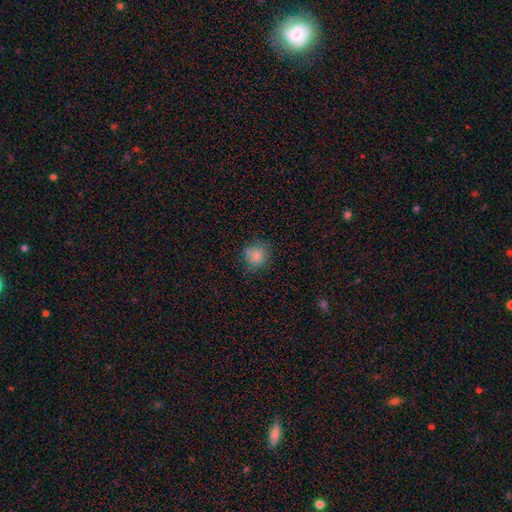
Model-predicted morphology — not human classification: smooth_or_featured: smooth (p=0.82) [alt: star or artifact p=0.12]
how_rounded: round (p=0.86) [alt: in between p=0.13]
merging: none (p=0.78) [alt: minor disturbance p=0.16]